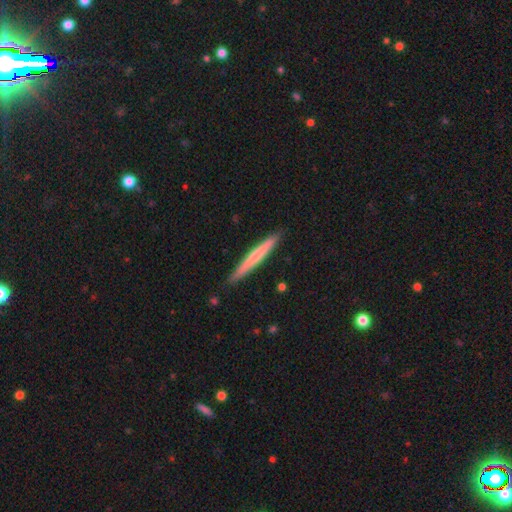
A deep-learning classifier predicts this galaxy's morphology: Smooth or featured? featured or disk (49%)
Merging? none (90%)